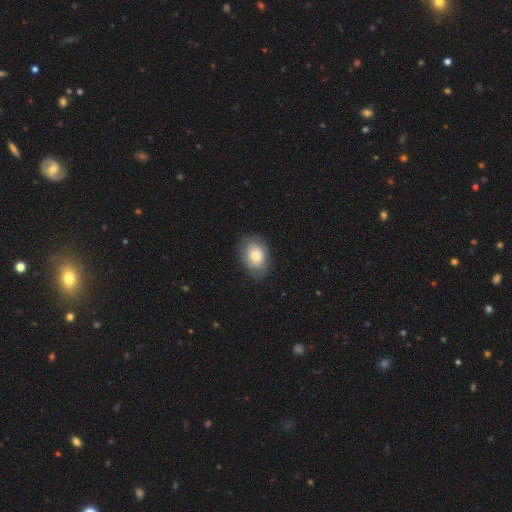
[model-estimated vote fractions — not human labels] This is likely a smooth galaxy (76%). How rounded: likely in between (77%). Merging: likely none (78%).